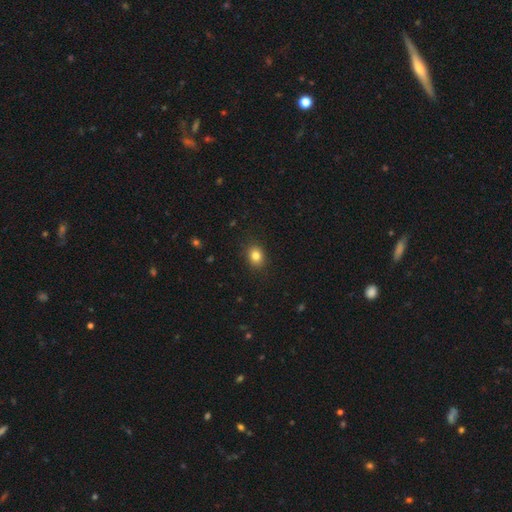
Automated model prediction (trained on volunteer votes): This appears to be a smooth galaxy with no disk features (83%) that is in between round and cigar-shaped (52%). Merging: none (88%).